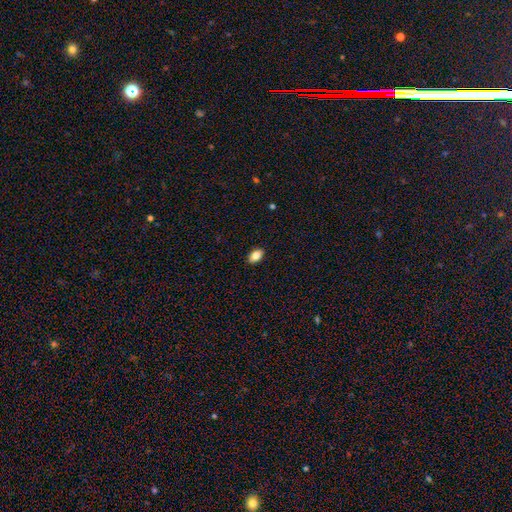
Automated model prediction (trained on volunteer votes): smooth 83%, featured or disk 9%, star or artifact 8%. Down the decision tree: how rounded — in between (89%); merging — none (89%).